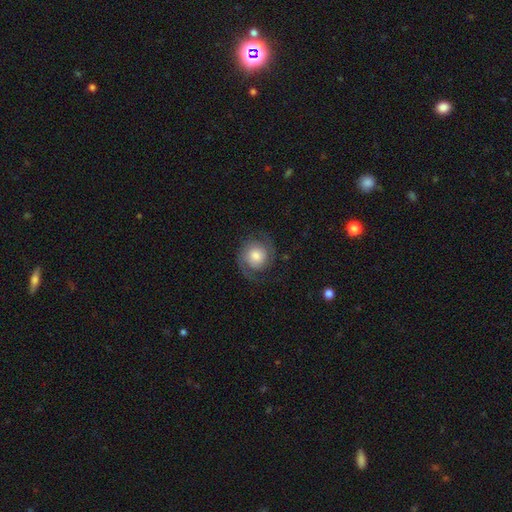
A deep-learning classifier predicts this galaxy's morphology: type=featured or disk (71%); edge-on=no (98%); bar=no (73%); spiral arms=yes (94%); winding=medium (45%); arm count=2 (90%); bulge=moderate (46%); merging=none (76%).